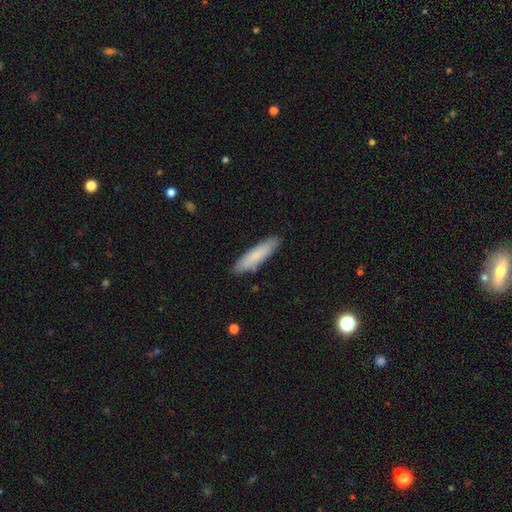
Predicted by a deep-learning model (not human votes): smooth_or_featured: smooth (p=0.80) [alt: featured or disk p=0.14]
how_rounded: cigar-shaped (p=0.76) [alt: in between p=0.22]
merging: none (p=0.87) [alt: minor disturbance p=0.10]